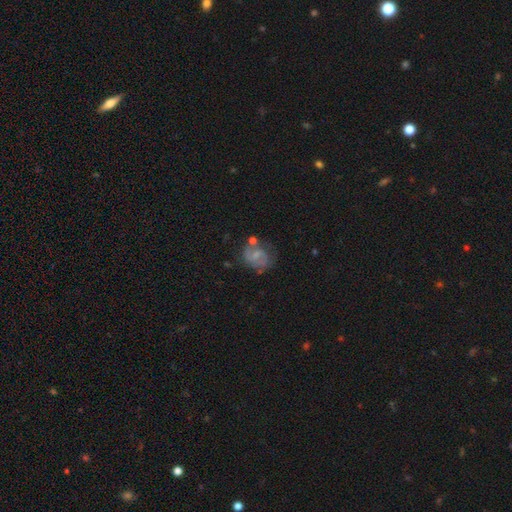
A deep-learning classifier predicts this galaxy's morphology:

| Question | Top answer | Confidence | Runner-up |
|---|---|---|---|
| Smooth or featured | featured or disk | 61% | smooth (30%) |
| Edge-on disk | no | 98% | yes (2%) |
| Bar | no | 51% | weak (41%) |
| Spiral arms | yes | 82% | no (18%) |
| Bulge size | small | 50% | moderate (26%) |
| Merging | none | 51% | minor disturbance (22%) |